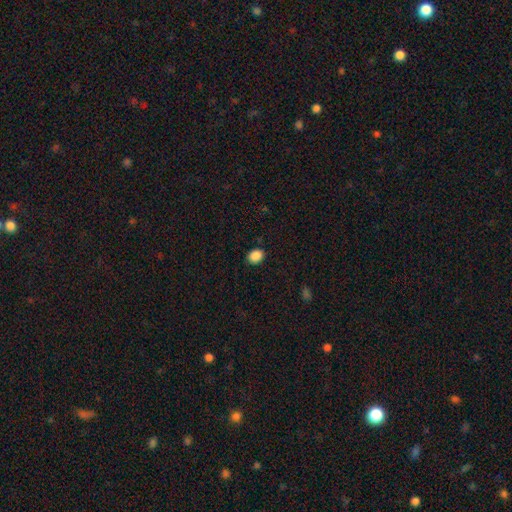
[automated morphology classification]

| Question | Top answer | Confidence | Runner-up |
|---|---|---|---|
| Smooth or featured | smooth | 88% | star or artifact (9%) |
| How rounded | in between | 53% | round (46%) |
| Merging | none | 88% | minor disturbance (9%) |